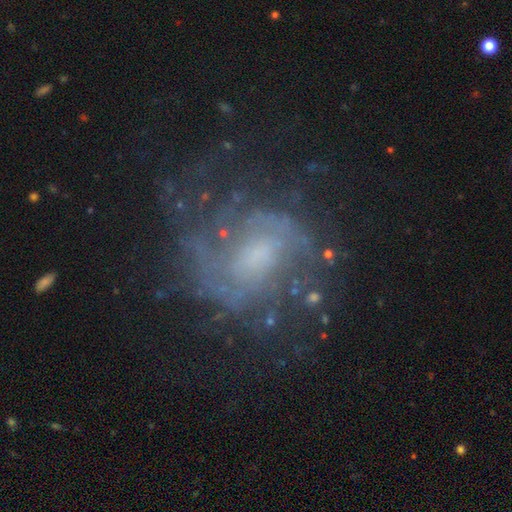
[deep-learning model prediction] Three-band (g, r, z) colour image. It shows a featured or disk galaxy (80%) with no bar (49%), 2 (46%) medium (45%) spiral arms (88%) and a moderate central bulge (40%). Merging: none (62%).